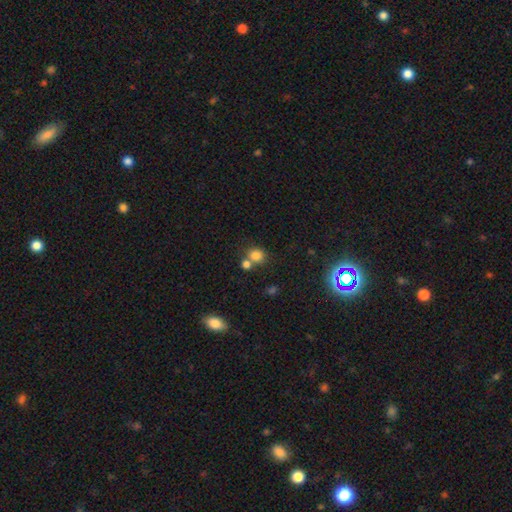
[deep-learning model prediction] Smooth or featured?
  - smooth: 80% *
  - star or artifact: 13%
  - featured or disk: 7%
How rounded?
  - round: 70% *
  - in between: 29%
  - cigar-shaped: 1%
Merging?
  - none: 52% *
  - merger: 35%
  - minor disturbance: 10%
  - major disturbance: 4%